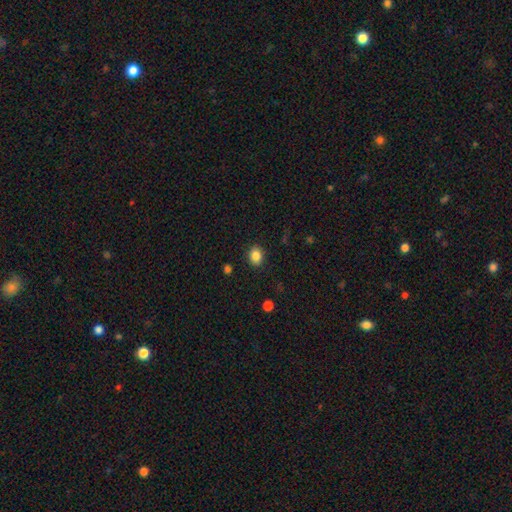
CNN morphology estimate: A smooth galaxy with no disk features (85%) that is in between round and cigar-shaped (50%). Merging: none (88%).